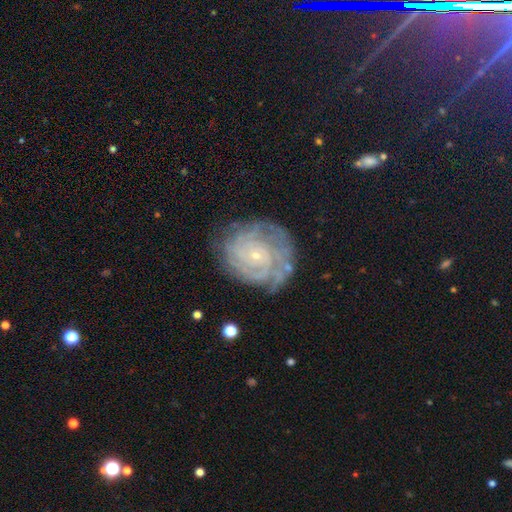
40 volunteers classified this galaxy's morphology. Smooth or featured: featured or disk — 85% (smooth — 10%)
Edge-on disk: no — 97% (yes — 3%)
Bar: no — 85% (weak — 12%)
Spiral arms: yes — 97% (no — 3%)
Spiral winding: tight — 84% (medium — 16%)
Spiral arm count: can't tell — 28% (3 — 25%)
Bulge size: small — 100%
Merging: none — 79% (minor disturbance — 18%)